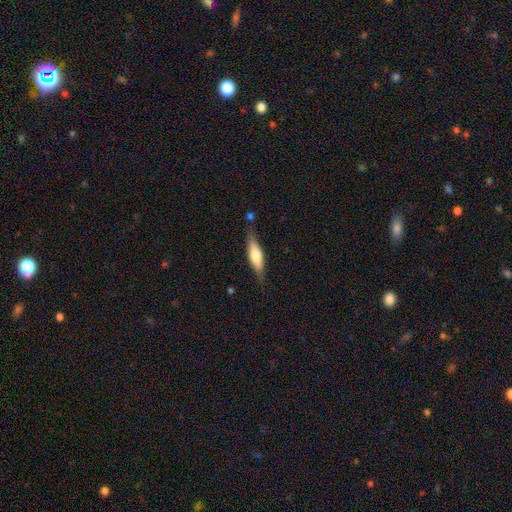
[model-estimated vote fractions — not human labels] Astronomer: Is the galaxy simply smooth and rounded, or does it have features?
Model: smooth — 59% (runner-up: featured or disk, 35%).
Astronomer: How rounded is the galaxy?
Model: cigar-shaped — 59% (runner-up: in between, 39%).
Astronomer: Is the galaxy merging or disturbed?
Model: none — 75%.